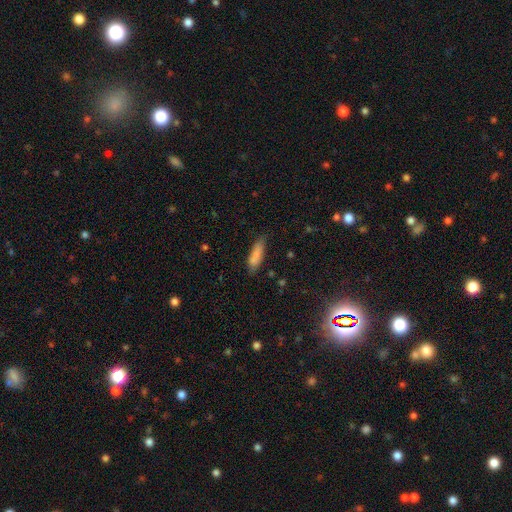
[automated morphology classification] This appears to be a smooth galaxy with no disk features (83%) that is cigar-shaped (53%). Merging: none (71%).